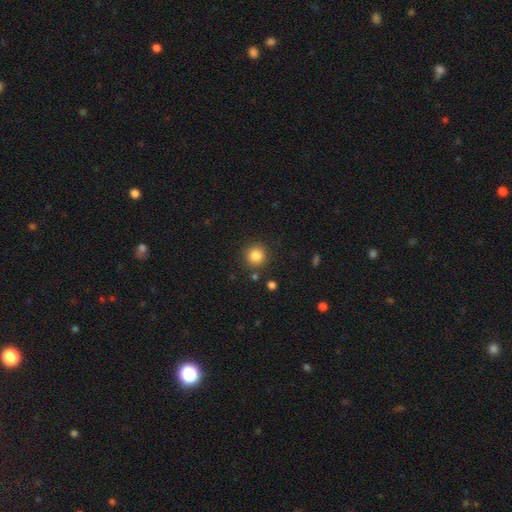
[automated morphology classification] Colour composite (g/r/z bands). It shows a smooth galaxy with no disk features (84%) that is round (92%). Merging: none (87%).